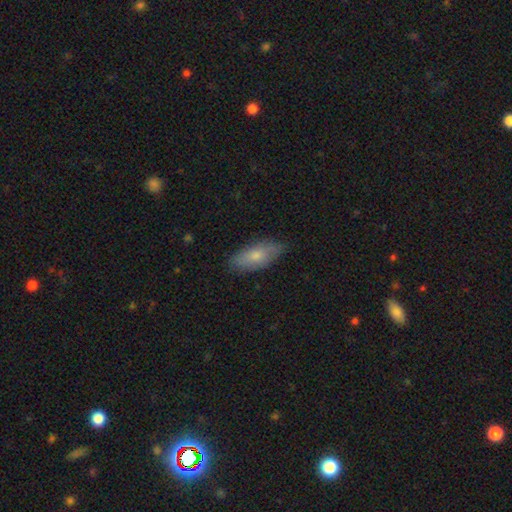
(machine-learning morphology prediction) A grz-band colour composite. It shows a smooth galaxy with no disk features (73%) that is in between round and cigar-shaped (83%). Merging: none (77%).